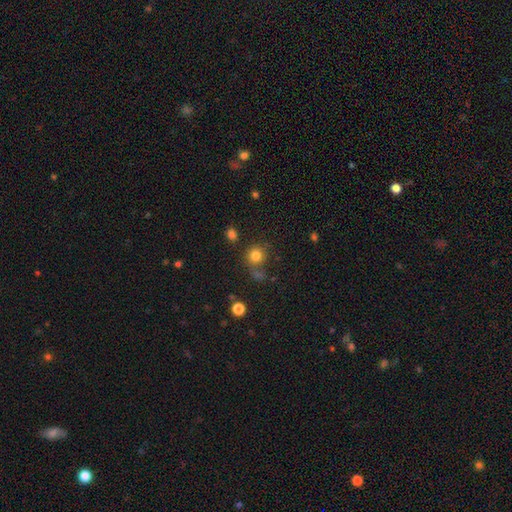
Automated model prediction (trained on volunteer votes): The model was most divided on "merging": none: 70%, merger: 12%, minor disturbance: 12%, major disturbance: 5%. More confident: how rounded — round (89%); smooth or featured — smooth (80%).